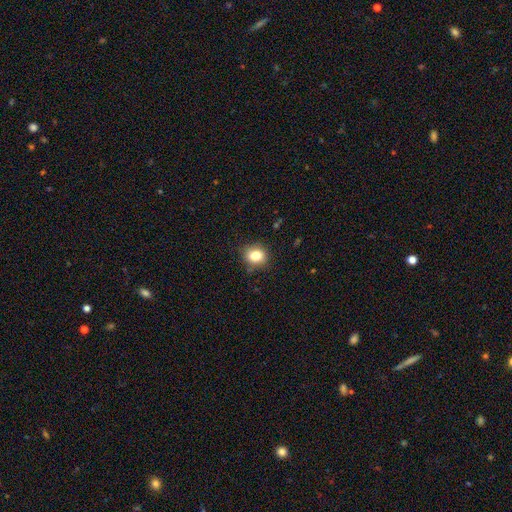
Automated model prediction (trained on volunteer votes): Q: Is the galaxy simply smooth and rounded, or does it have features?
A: smooth — 83%.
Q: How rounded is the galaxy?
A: round — 66%.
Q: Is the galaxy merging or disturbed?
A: none — 82%.